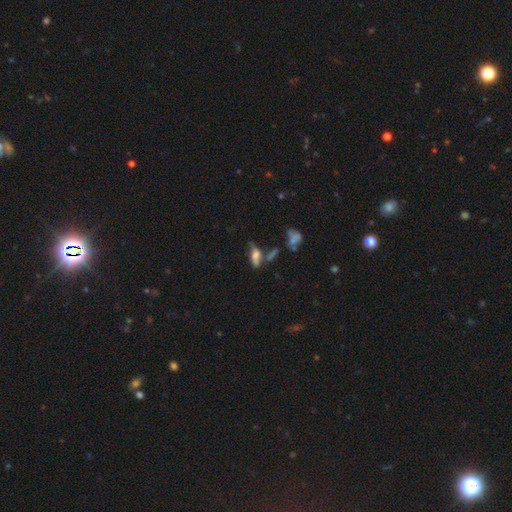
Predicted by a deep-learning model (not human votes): Q: Smooth or featured?
A: smooth (54%); runner-up: featured or disk (35%)
Q: How rounded?
A: in between (67%); runner-up: cigar-shaped (29%)
Q: Merging?
A: none (46%); runner-up: minor disturbance (21%)